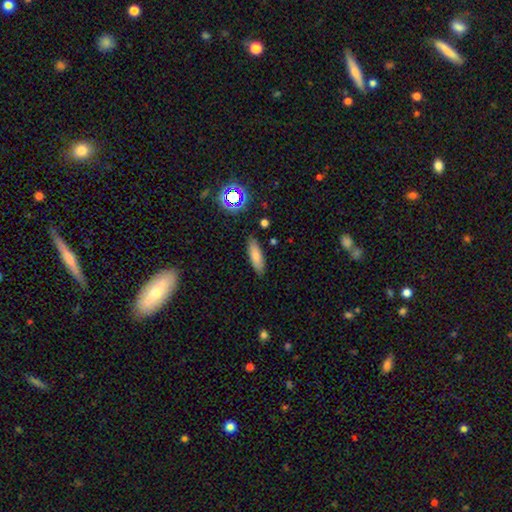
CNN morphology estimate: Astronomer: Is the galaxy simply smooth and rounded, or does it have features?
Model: smooth — 78%.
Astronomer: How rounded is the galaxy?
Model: cigar-shaped — 51% (runner-up: in between, 47%).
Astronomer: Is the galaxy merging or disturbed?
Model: none — 87%.